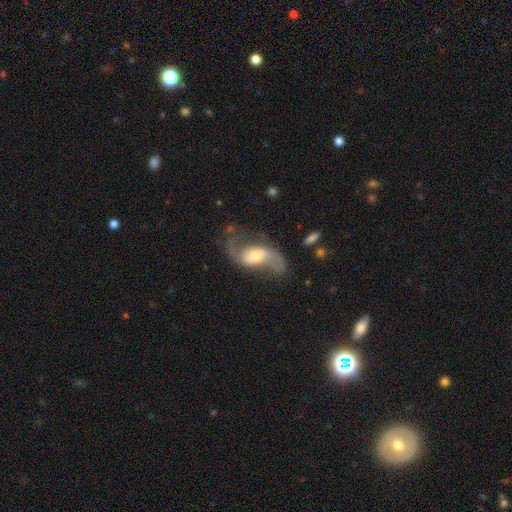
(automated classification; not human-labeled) This appears to be a featured or disk galaxy (82%) with a weak bar (38%, tied with no), 2 (89%) loose (70%) spiral arms (92%) and a moderate central bulge (47%). Merging: none (56%).